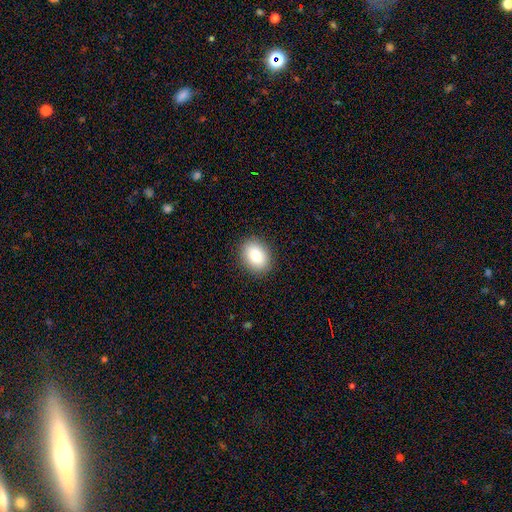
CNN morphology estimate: This appears to be a smooth galaxy with no disk features (85%) that is in between round and cigar-shaped (71%). Merging: none (89%).